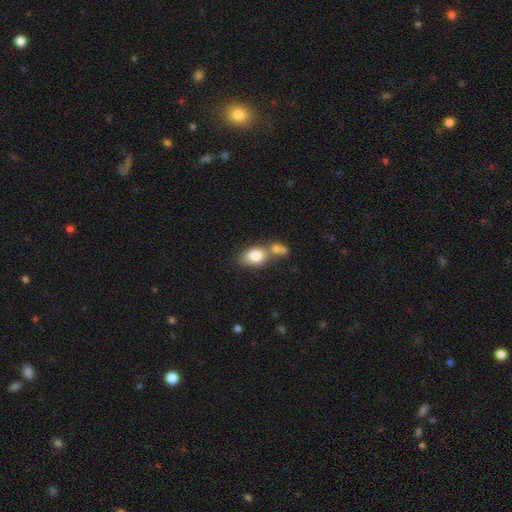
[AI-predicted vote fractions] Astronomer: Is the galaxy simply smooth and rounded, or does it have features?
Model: smooth — 79%.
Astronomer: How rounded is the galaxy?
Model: in between — 80%.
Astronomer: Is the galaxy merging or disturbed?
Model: merger — 45% (runner-up: none, 35%).